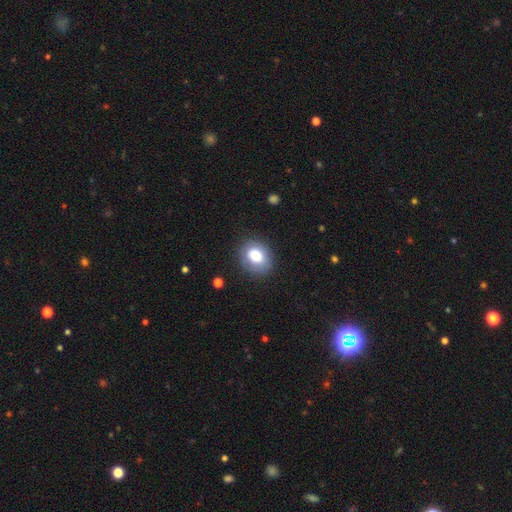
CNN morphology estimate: A smooth galaxy with no disk features (76%) that is round (51%).

Vote fractions:
- Smooth or featured? smooth: 76% / featured or disk: 15% / star or artifact: 9%
- How rounded? round: 51% / in between: 48% / cigar-shaped: 1%
- Merging? none: 81% / minor disturbance: 13% / major disturbance: 4% / merger: 1%